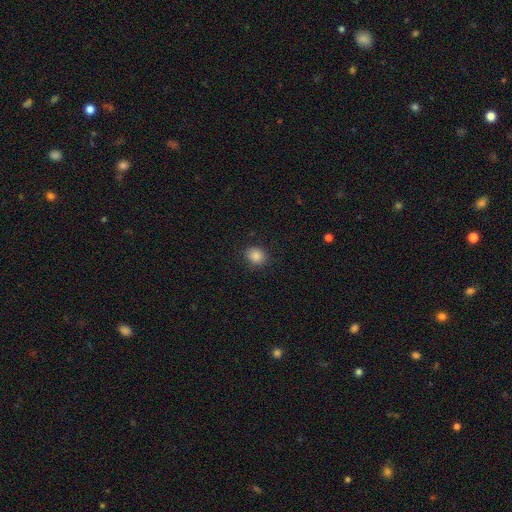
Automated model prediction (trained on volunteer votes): A smooth galaxy with no disk features (86%) that is round (65%).

Vote fractions:
- Smooth or featured? smooth: 86% / star or artifact: 10% / featured or disk: 4%
- How rounded? round: 65% / in between: 34% / cigar-shaped: 1%
- Merging? none: 87% / minor disturbance: 10% / major disturbance: 3% / merger: 1%